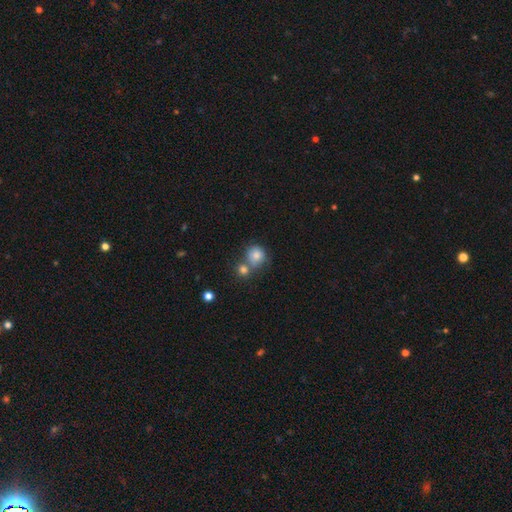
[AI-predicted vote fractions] smooth 80%, featured or disk 10%, star or artifact 10%. Down the decision tree: how rounded — round (84%); merging — none (47%).